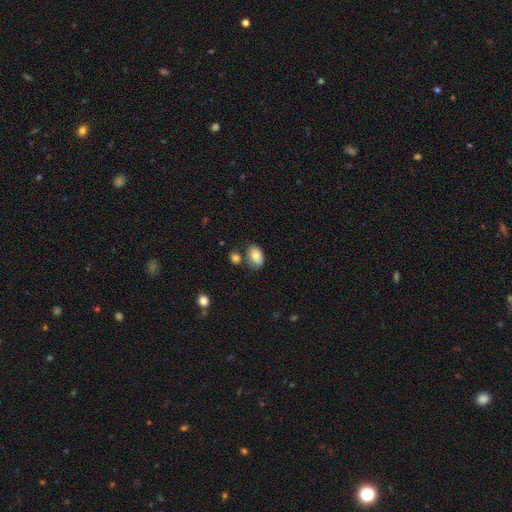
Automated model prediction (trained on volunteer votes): smooth 78%, featured or disk 14%, star or artifact 8%. Down the decision tree: how rounded — in between (88%); merging — none (67%).